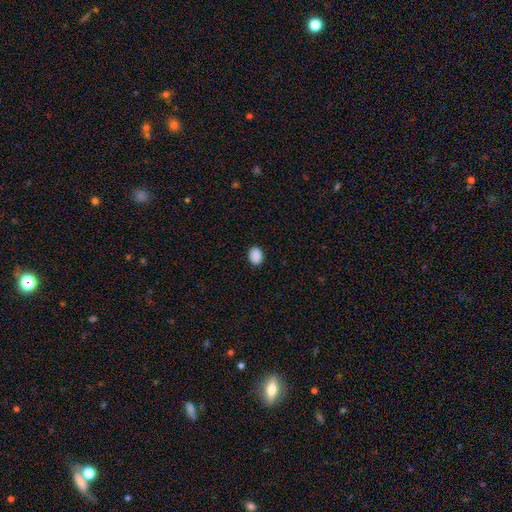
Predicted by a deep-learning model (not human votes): This is clearly a smooth galaxy (89%). How rounded: likely in between (61%). Merging: clearly none (89%).